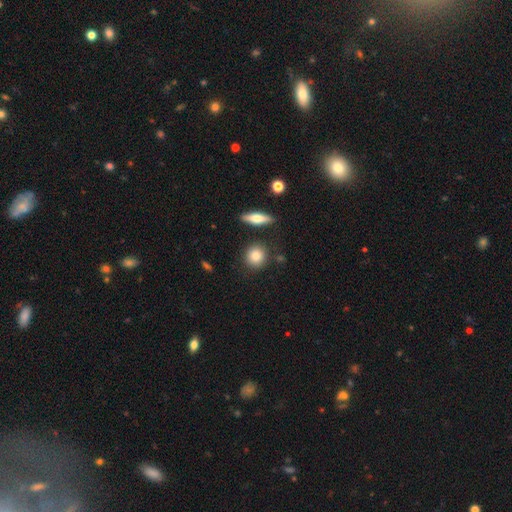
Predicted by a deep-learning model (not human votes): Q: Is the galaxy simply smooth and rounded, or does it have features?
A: smooth — 81%.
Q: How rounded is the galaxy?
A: round — 81%.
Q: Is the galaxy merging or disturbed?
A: none — 84%.